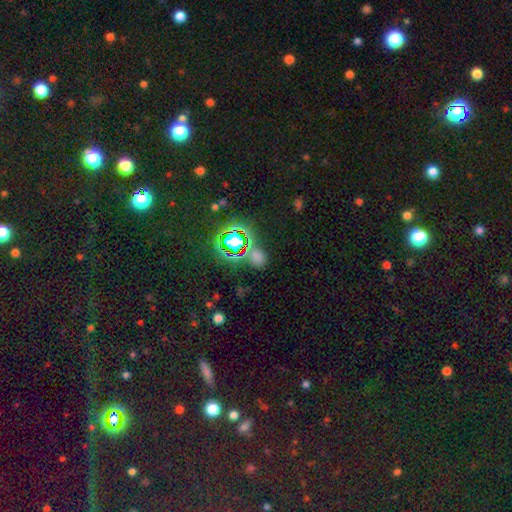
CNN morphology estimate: Smooth or featured: star or artifact — 58% (smooth — 35%)